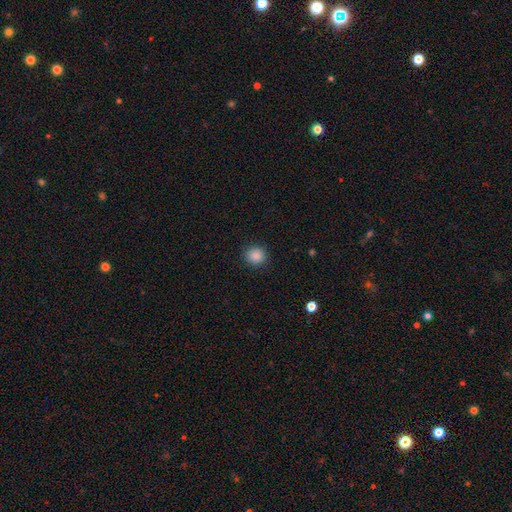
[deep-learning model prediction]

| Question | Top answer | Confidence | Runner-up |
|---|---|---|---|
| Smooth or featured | smooth | 87% | star or artifact (10%) |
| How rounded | round | 87% | in between (12%) |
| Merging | none | 89% | minor disturbance (8%) |